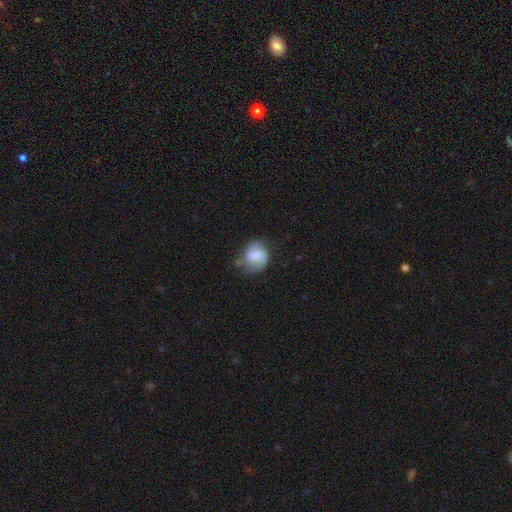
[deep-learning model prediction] Overall: featured or disk (48%; smooth 44%). Merging: none (48%; minor disturbance 32%).